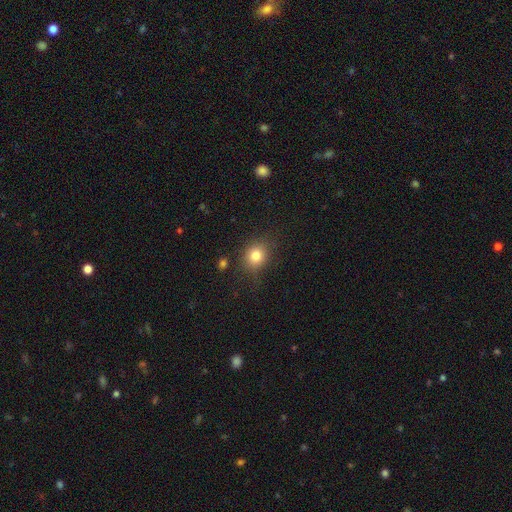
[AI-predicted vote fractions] smooth 81%, star or artifact 11%, featured or disk 8%. Down the decision tree: how rounded — round (69%); merging — none (78%).